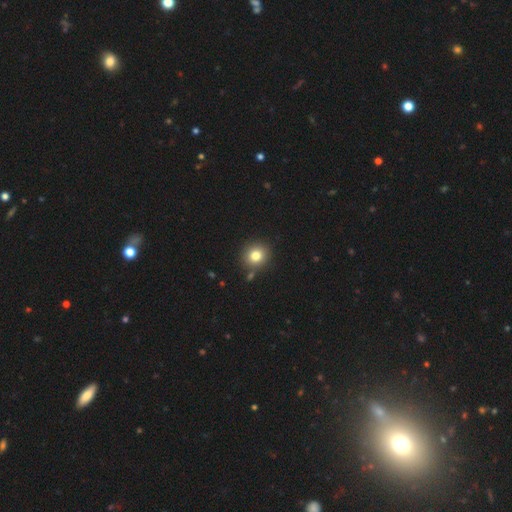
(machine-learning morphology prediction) A smooth galaxy with no disk features (80%) that is round (85%). Merging: none (84%).